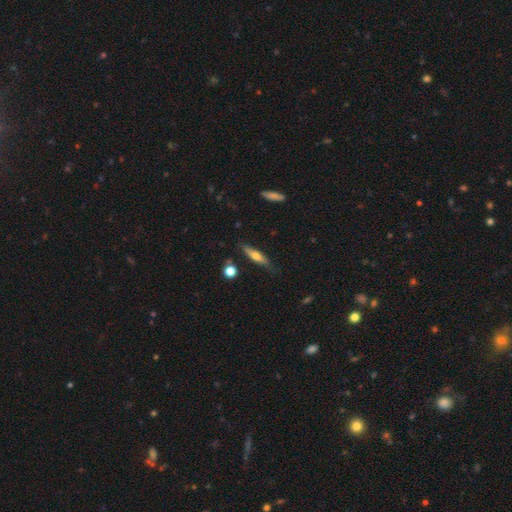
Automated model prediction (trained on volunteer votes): Overall: smooth (48%; featured or disk 45%). Merging: none (79%).